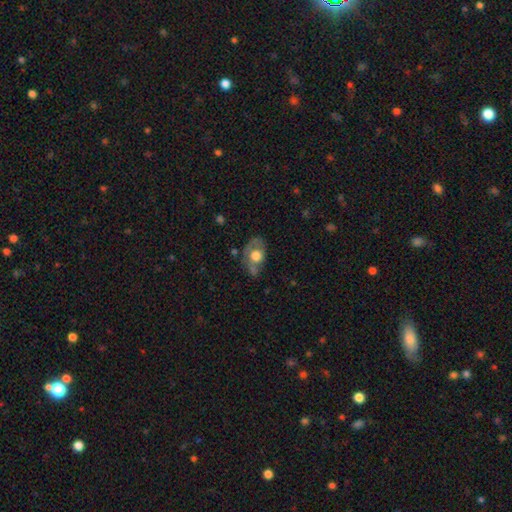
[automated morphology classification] A smooth galaxy with no disk features (51%) that is in between round and cigar-shaped (71%). Merging: none (47%).